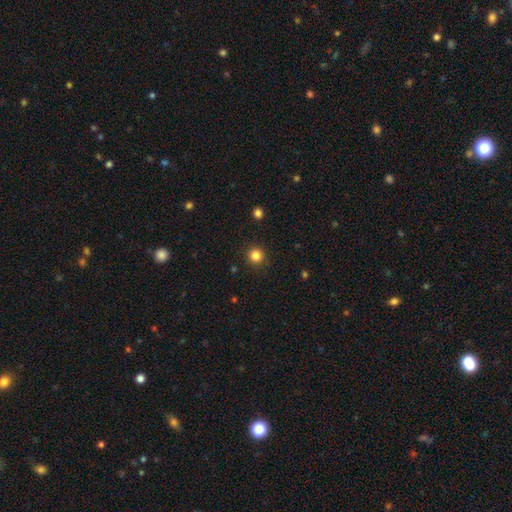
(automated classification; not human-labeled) smooth 84%, star or artifact 12%, featured or disk 4%. Down the decision tree: how rounded — round (94%); merging — none (91%).